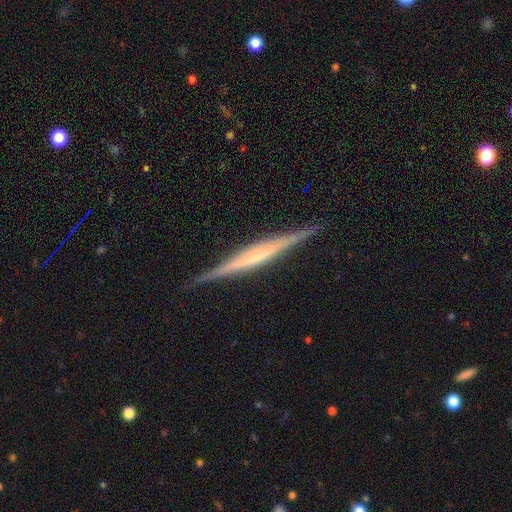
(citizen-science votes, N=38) A featured or disk galaxy (82%) viewed edge-on (100%) with a rounded central bulge (68%). Merging: none (97%).